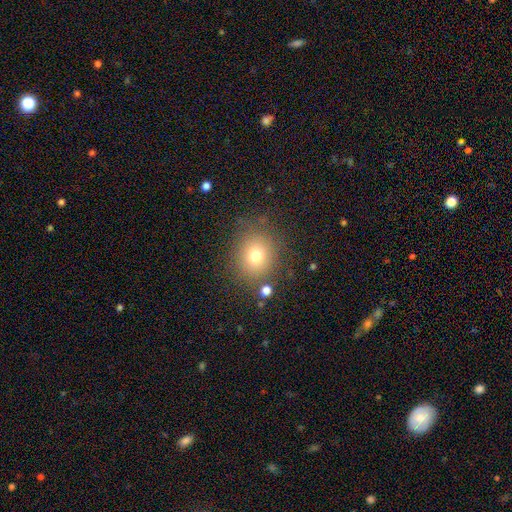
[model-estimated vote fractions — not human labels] This appears to be a smooth galaxy with no disk features (73%) that is round (77%). Merging: none (80%).